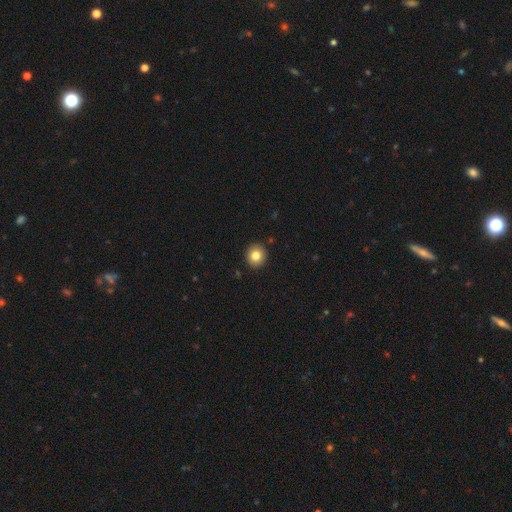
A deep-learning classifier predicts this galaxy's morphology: Q: Smooth or featured?
A: smooth (82%); runner-up: star or artifact (10%)
Q: How rounded?
A: round (90%); runner-up: in between (9%)
Q: Merging?
A: none (92%); runner-up: minor disturbance (5%)